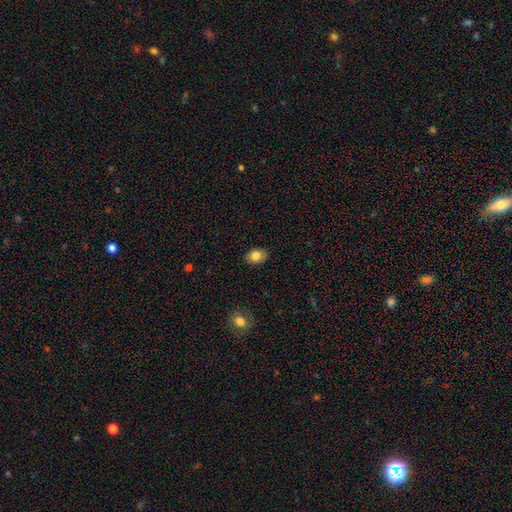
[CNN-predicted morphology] This appears to be a smooth galaxy with no disk features (82%) that is in between round and cigar-shaped (73%). Merging: none (88%).